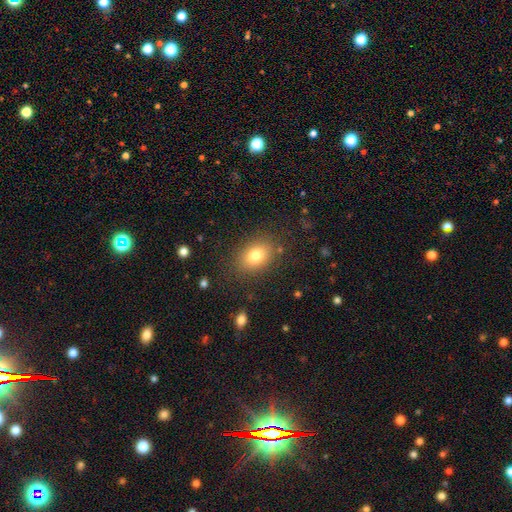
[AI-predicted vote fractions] Smooth or featured?
  - smooth: 80% *
  - star or artifact: 10%
  - featured or disk: 10%
How rounded?
  - in between: 74% *
  - round: 25%
  - cigar-shaped: 1%
Merging?
  - none: 84% *
  - minor disturbance: 10%
  - major disturbance: 4%
  - merger: 2%